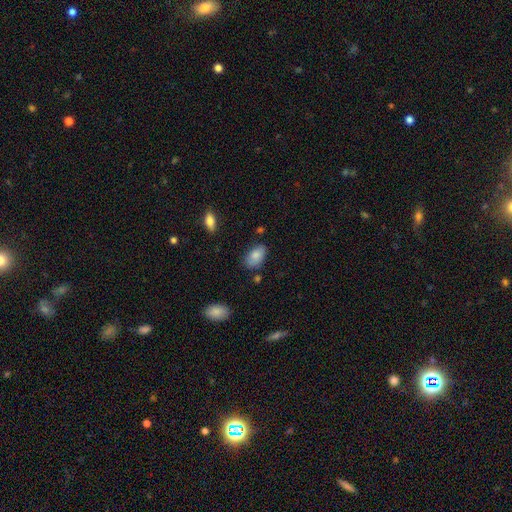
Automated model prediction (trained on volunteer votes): Smooth or featured: smooth — 84% (featured or disk — 9%)
How rounded: in between — 93% (round — 5%)
Merging: none — 74% (minor disturbance — 19%)